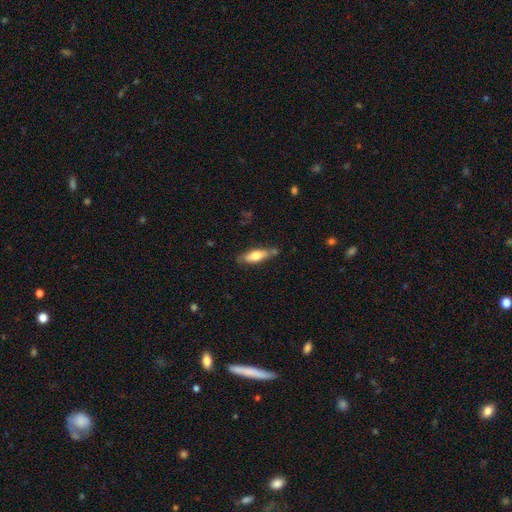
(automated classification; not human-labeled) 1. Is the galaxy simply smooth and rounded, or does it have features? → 65% smooth, 29% featured or disk, 6% star or artifact.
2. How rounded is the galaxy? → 53% in between, 45% cigar-shaped, 2% round.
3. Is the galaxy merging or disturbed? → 69% none, 20% minor disturbance, 7% merger, 4% major disturbance.